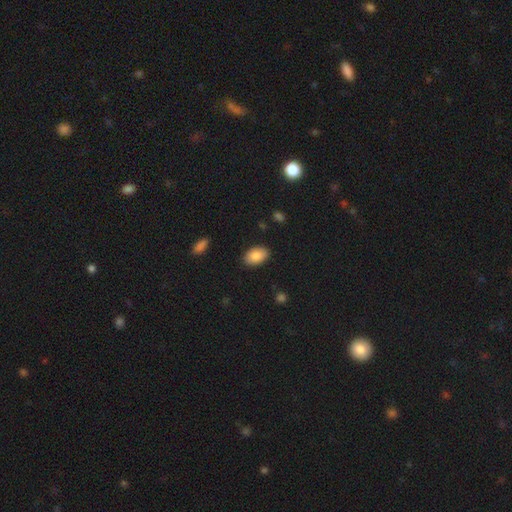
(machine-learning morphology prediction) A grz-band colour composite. It shows a smooth galaxy with no disk features (86%) that is in between round and cigar-shaped (91%). Merging: none (87%).